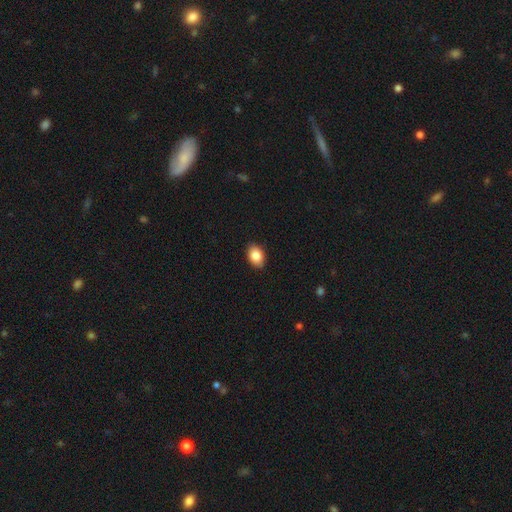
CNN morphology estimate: Overall: smooth (86%). How rounded: in between (84%). Merging: none (89%).